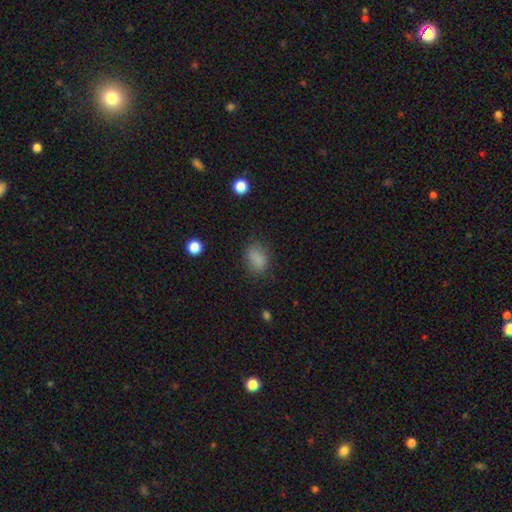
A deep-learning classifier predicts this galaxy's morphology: Smooth or featured?
  - smooth: 82% *
  - star or artifact: 12%
  - featured or disk: 5%
How rounded?
  - in between: 75% *
  - round: 23%
  - cigar-shaped: 2%
Merging?
  - none: 75% *
  - minor disturbance: 17%
  - major disturbance: 6%
  - merger: 2%